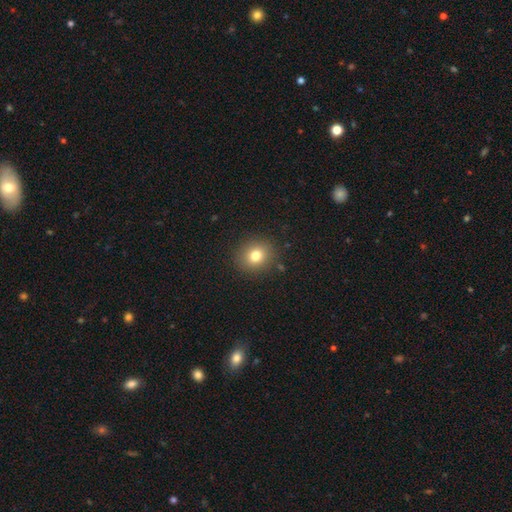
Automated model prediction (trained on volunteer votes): This is likely a smooth galaxy (78%). How rounded: likely round (76%). Merging: clearly none (88%).